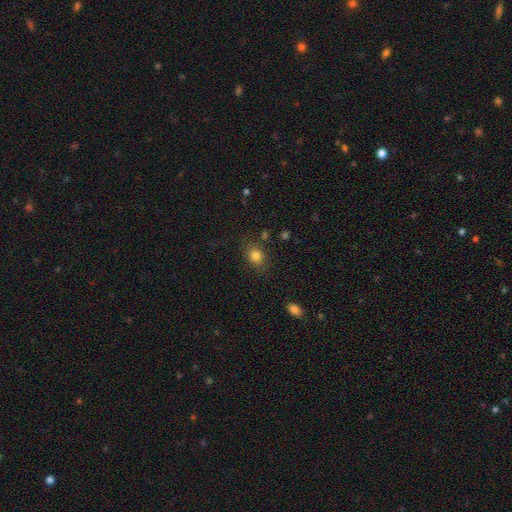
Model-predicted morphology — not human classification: This is clearly a smooth galaxy (81%). How rounded: possibly in between (49%, tied with round). Merging: clearly none (80%).